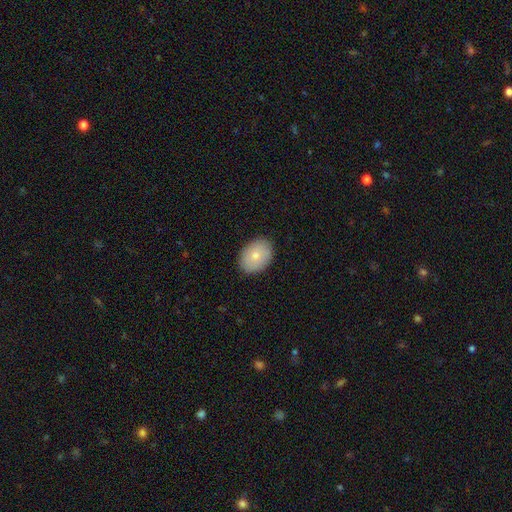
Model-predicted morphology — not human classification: The model was most divided on "how rounded": in between: 73%, round: 26%, cigar-shaped: 1%. More confident: merging — none (88%); smooth or featured — smooth (77%).